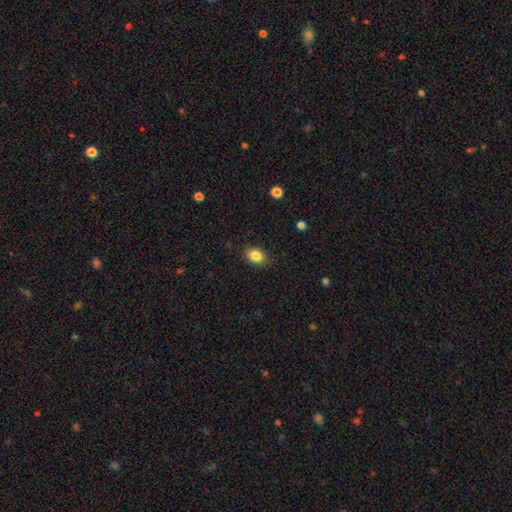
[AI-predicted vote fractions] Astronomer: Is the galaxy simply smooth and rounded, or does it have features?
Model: smooth — 85%.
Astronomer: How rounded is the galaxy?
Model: in between — 68%.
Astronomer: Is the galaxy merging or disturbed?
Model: none — 86%.